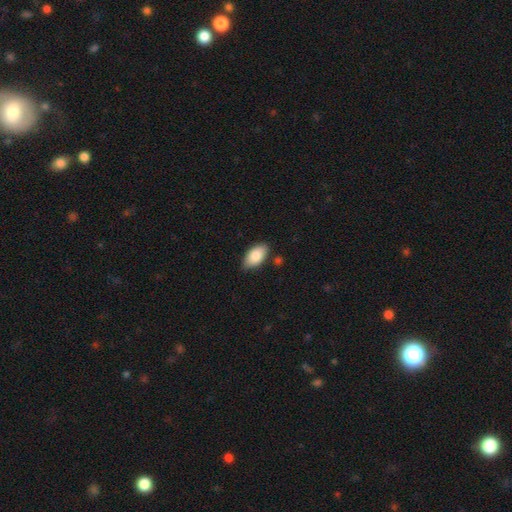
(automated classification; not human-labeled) A smooth galaxy with no disk features (85%) that is in between round and cigar-shaped (94%).

Vote fractions:
- Smooth or featured? smooth: 85% / featured or disk: 8% / star or artifact: 6%
- How rounded? in between: 94% / cigar-shaped: 3% / round: 3%
- Merging? none: 80% / minor disturbance: 14% / merger: 3% / major disturbance: 2%